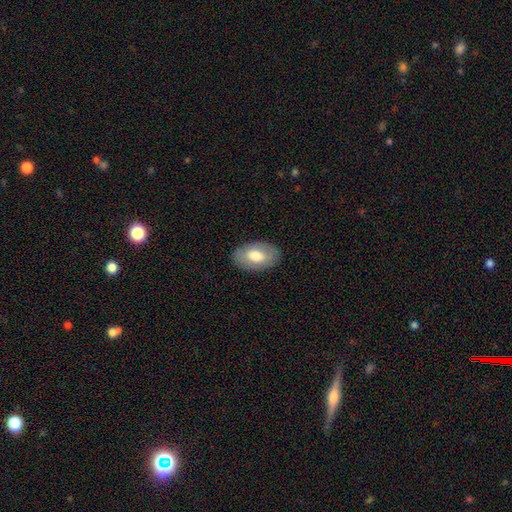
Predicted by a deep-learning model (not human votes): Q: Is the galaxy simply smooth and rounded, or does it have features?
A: smooth — 68%.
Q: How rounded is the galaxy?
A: in between — 92%.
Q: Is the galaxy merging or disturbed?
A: none — 85%.